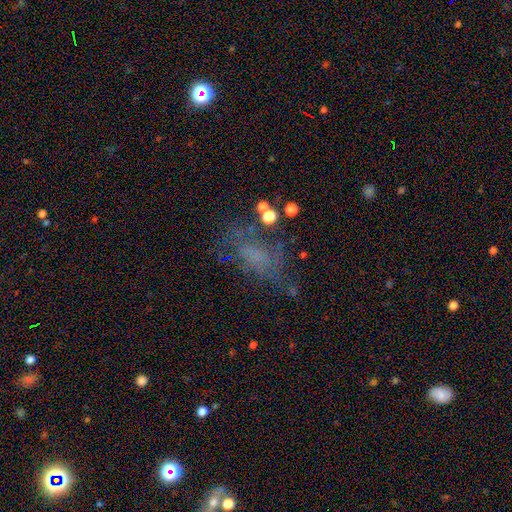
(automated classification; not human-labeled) smooth-or-featured: smooth: 38% | featured or disk: 37% | star or artifact: 25%
  merging: none: 52% | major disturbance: 23% | minor disturbance: 21% | merger: 5%